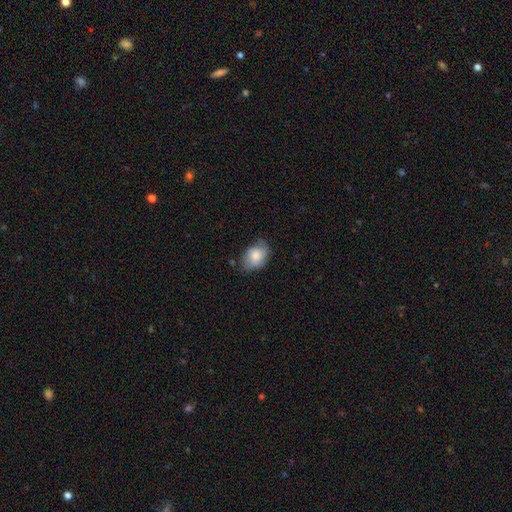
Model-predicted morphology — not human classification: The model was most divided on "merging": none: 60%, minor disturbance: 31%, major disturbance: 7%, merger: 2%. More confident: how rounded — in between (78%); smooth or featured — smooth (74%).